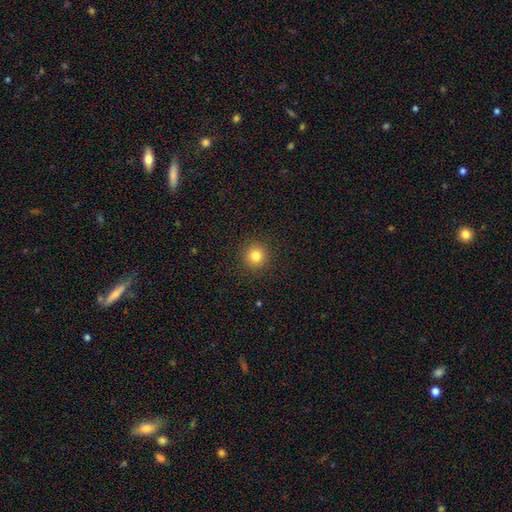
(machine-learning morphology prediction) Smooth or featured: smooth — 83% (star or artifact — 12%)
How rounded: round — 94% (in between — 5%)
Merging: none — 92% (minor disturbance — 5%)